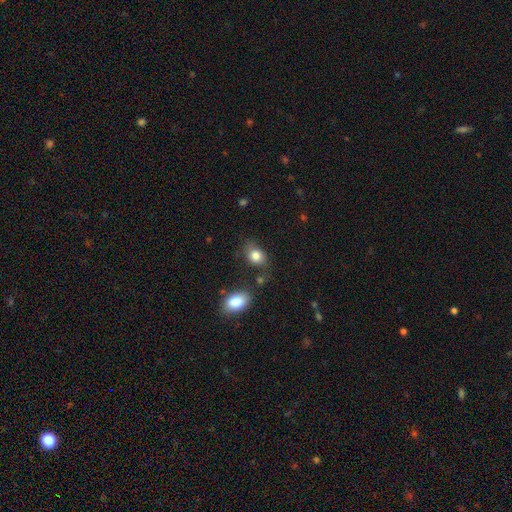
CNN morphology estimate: Q: Smooth or featured?
A: smooth (83%); runner-up: star or artifact (9%)
Q: How rounded?
A: in between (65%); runner-up: round (34%)
Q: Merging?
A: none (65%); runner-up: minor disturbance (21%)